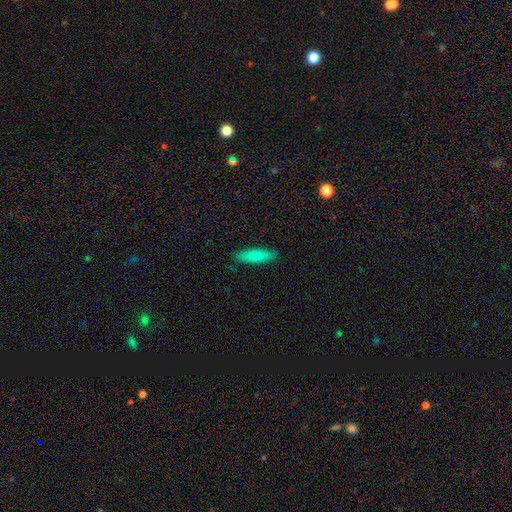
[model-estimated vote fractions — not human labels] Overall: smooth (79%). How rounded: cigar-shaped (64%; in between 35%). Merging: none (88%).